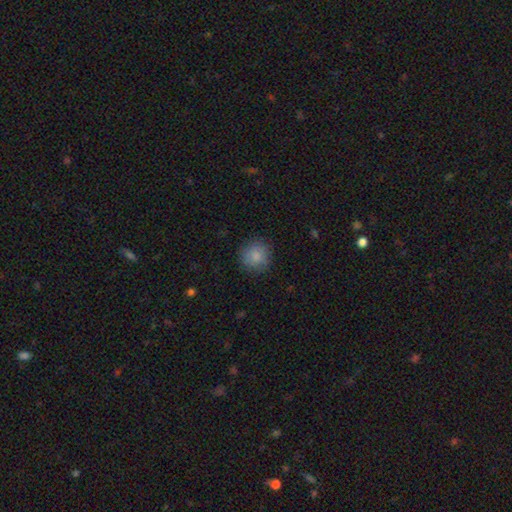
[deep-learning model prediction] This appears to be a smooth galaxy with no disk features (86%) that is round (93%). Merging: none (86%).